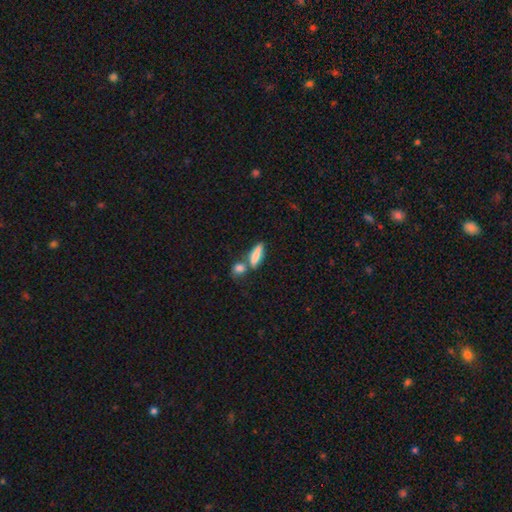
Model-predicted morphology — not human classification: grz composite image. It shows a smooth galaxy with no disk features (80%) that is cigar-shaped (50%). Merging: none (47%).